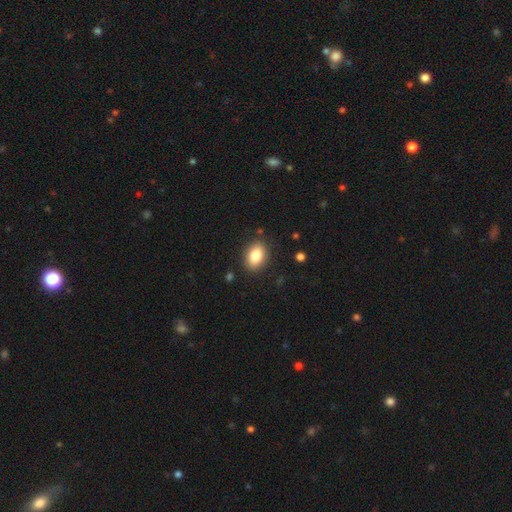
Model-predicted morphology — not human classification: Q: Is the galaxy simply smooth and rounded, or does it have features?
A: smooth — 83%.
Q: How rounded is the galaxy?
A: in between — 83%.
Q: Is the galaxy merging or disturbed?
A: none — 87%.